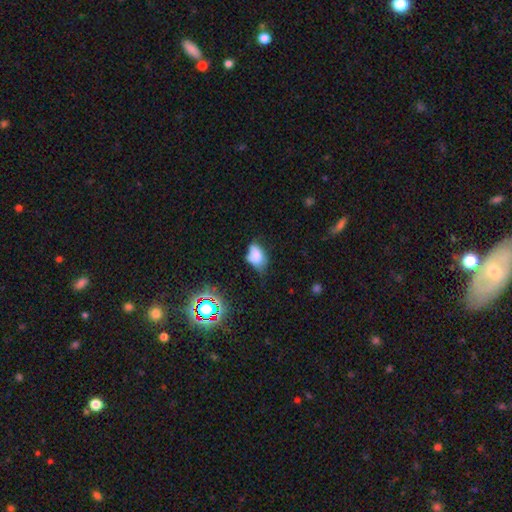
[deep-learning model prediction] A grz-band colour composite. It shows a smooth galaxy with no disk features (73%) that is in between round and cigar-shaped (82%). Merging: minor disturbance (42%).